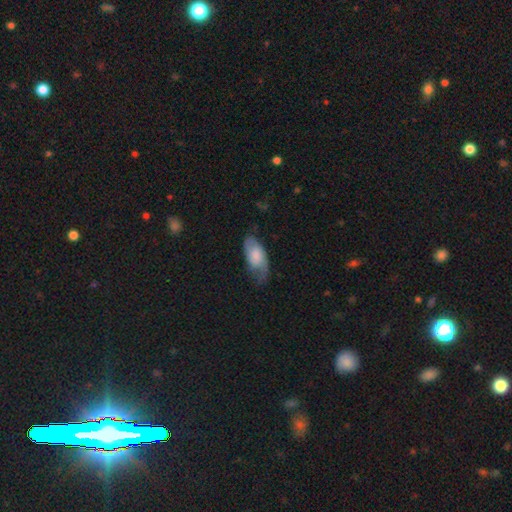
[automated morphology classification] type=smooth (53%); roundness=in between (91%); merging=none (50%).